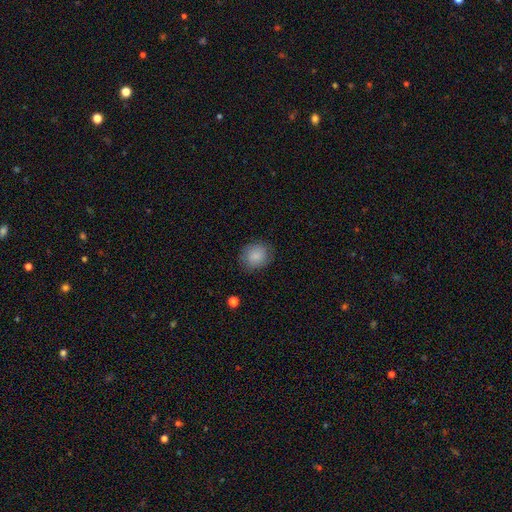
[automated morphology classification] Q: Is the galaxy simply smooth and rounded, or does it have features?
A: smooth — 86%.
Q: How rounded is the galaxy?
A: round — 74%.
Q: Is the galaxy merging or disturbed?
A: none — 83%.